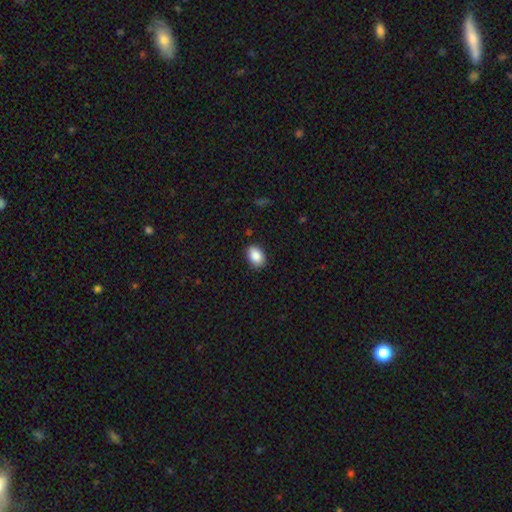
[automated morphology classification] type=smooth (89%); roundness=in between (85%); merging=none (87%).